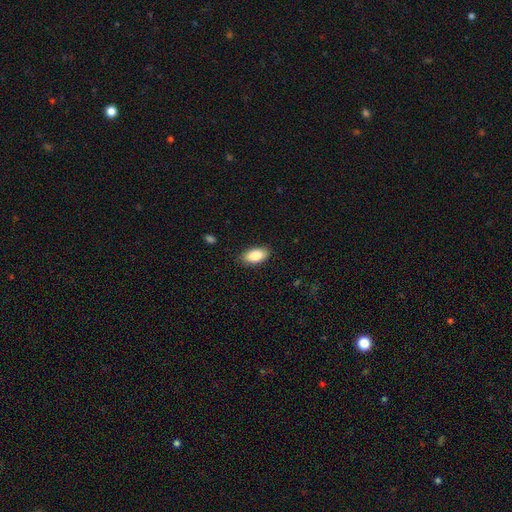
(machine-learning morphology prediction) smooth-or-featured: smooth: 87% | star or artifact: 7% | featured or disk: 6%
  how-rounded: in between: 93% | round: 3% | cigar-shaped: 3%
  merging: none: 86% | minor disturbance: 10% | major disturbance: 2% | merger: 1%